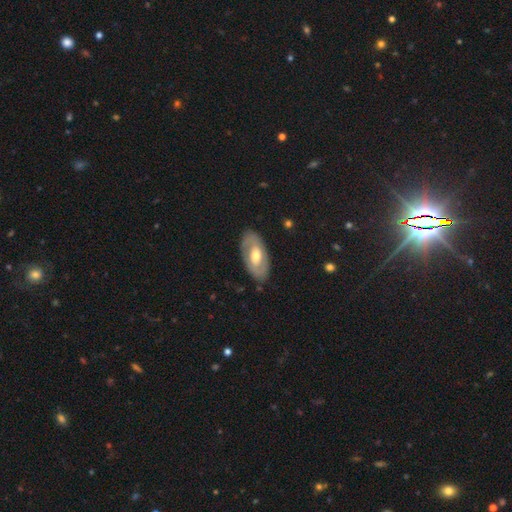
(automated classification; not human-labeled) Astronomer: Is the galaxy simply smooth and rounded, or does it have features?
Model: featured or disk — 58% (runner-up: smooth, 37%).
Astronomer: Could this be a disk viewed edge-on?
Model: no — 90%.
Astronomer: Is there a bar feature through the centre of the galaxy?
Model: no — 48% (runner-up: weak, 36%).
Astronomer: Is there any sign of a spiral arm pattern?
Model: no — 56% (runner-up: yes, 44%).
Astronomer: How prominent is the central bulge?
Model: moderate — 69%.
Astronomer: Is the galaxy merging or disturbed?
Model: none — 83%.